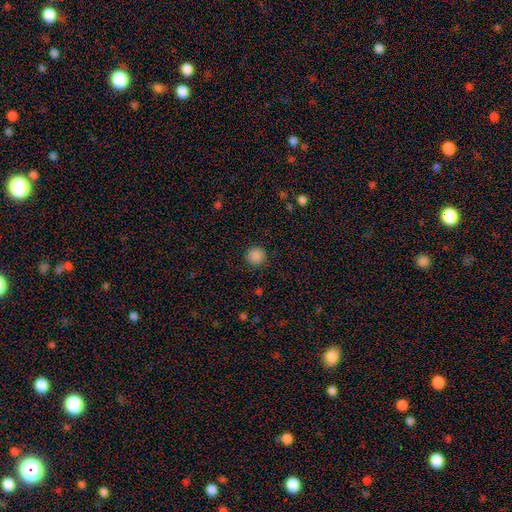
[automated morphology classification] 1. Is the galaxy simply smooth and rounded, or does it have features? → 88% smooth, 10% star or artifact, 3% featured or disk.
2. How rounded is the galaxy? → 94% round, 5% in between, 1% cigar-shaped.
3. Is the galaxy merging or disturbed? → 91% none, 6% minor disturbance, 2% major disturbance, 1% merger.